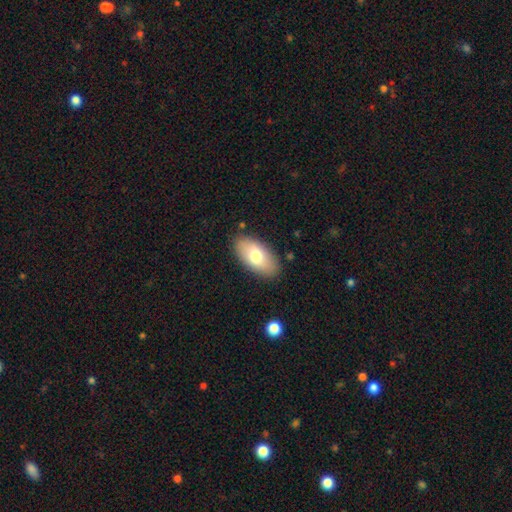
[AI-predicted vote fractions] Smooth or featured? smooth (73%)
How rounded? in between (94%)
Merging? none (85%)